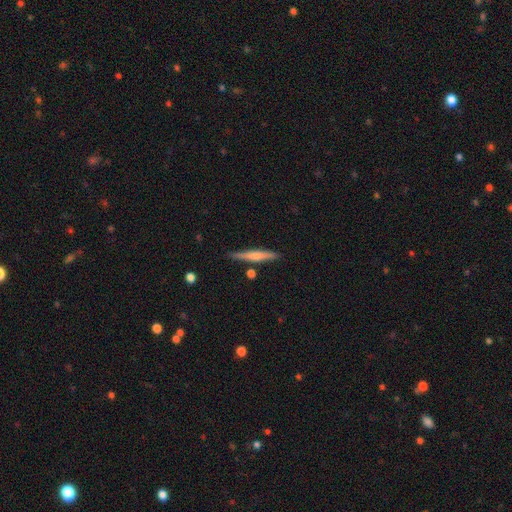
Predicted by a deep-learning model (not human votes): Morphology: type=smooth (50%); roundness=cigar-shaped (93%); merging=none (81%).